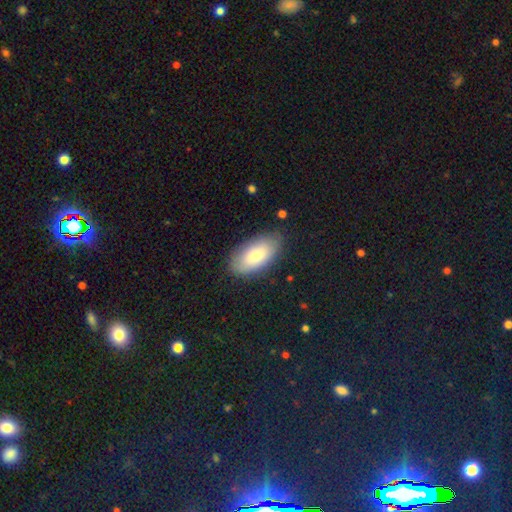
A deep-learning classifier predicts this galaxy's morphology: Smooth or featured?
  - smooth: 81% *
  - featured or disk: 13%
  - star or artifact: 6%
How rounded?
  - in between: 93% *
  - cigar-shaped: 4%
  - round: 3%
Merging?
  - none: 79% *
  - minor disturbance: 15%
  - major disturbance: 4%
  - merger: 1%